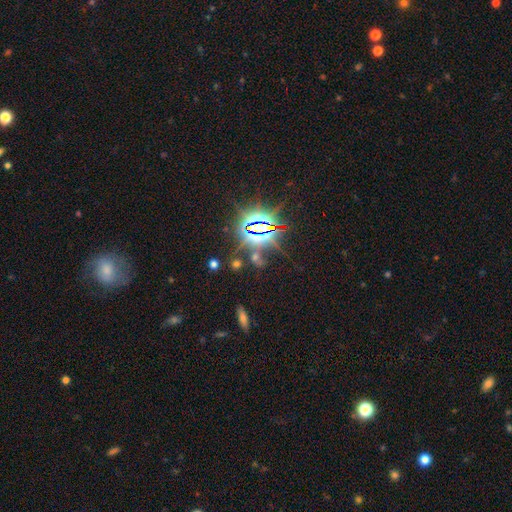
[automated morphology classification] A star or artifact, not a galaxy (80%).

Vote fractions:
- Smooth or featured? star or artifact: 80% / smooth: 11% / featured or disk: 10%